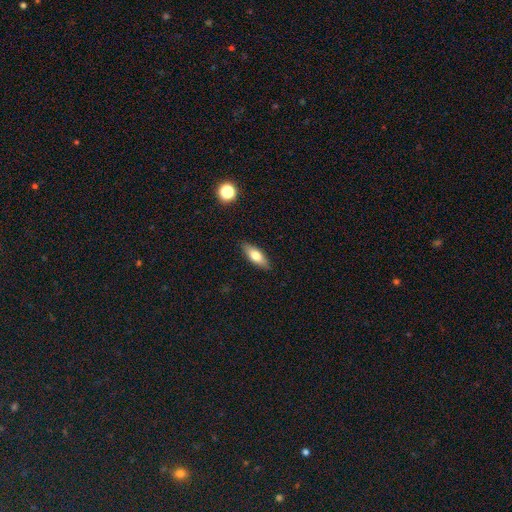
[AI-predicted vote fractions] Q: Smooth or featured?
A: smooth (70%); runner-up: featured or disk (23%)
Q: How rounded?
A: in between (72%); runner-up: cigar-shaped (25%)
Q: Merging?
A: none (88%); runner-up: minor disturbance (9%)